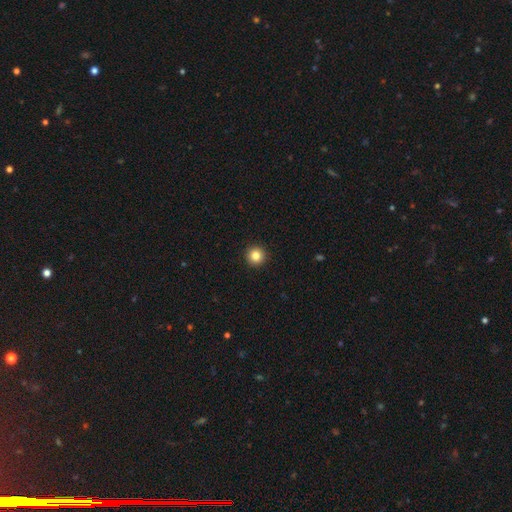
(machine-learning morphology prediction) smooth 84%, star or artifact 11%, featured or disk 6%. Down the decision tree: how rounded — round (96%); merging — none (94%).